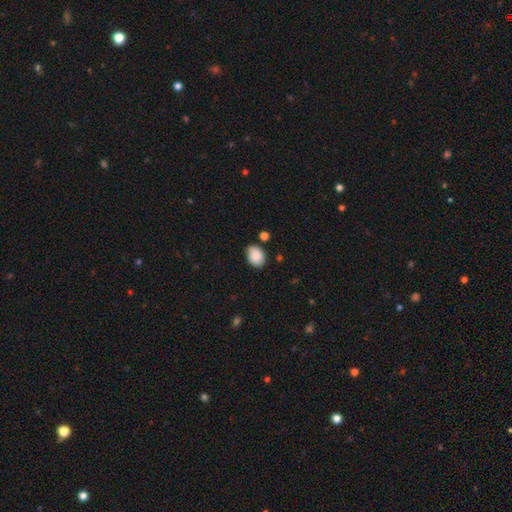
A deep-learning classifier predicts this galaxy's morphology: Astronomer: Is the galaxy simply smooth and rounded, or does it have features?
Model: smooth — 89%.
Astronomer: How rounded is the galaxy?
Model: in between — 69%.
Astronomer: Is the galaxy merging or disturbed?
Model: none — 76%.